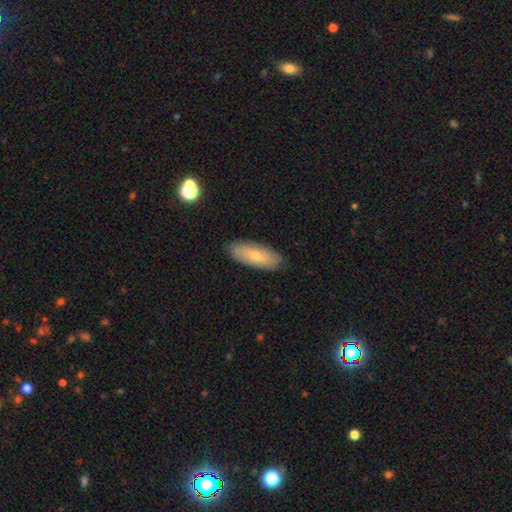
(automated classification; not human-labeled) This appears to be a smooth galaxy with no disk features (68%) that is in between round and cigar-shaped (71%). Merging: none (88%).